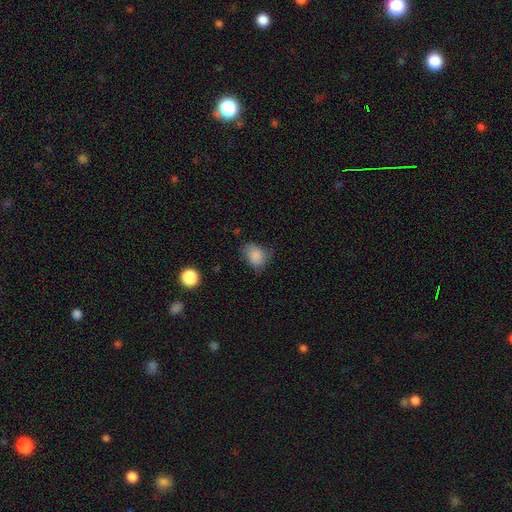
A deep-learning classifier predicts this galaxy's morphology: Overall: smooth (83%). How rounded: in between (67%; round 32%). Merging: none (52%; minor disturbance 34%).